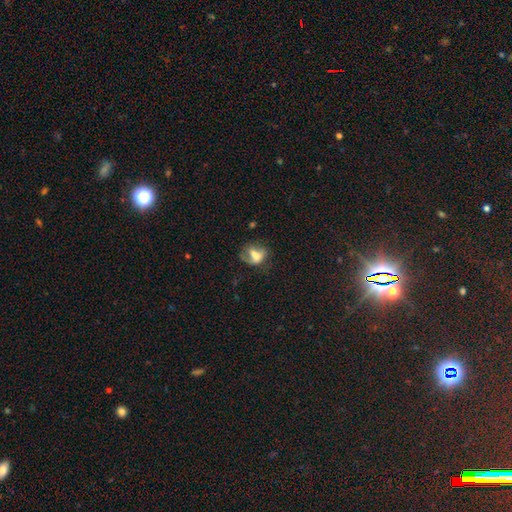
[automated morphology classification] Q: Smooth or featured?
A: smooth (55%); runner-up: featured or disk (31%)
Q: How rounded?
A: in between (62%); runner-up: round (35%)
Q: Merging?
A: none (34%); runner-up: major disturbance (30%)